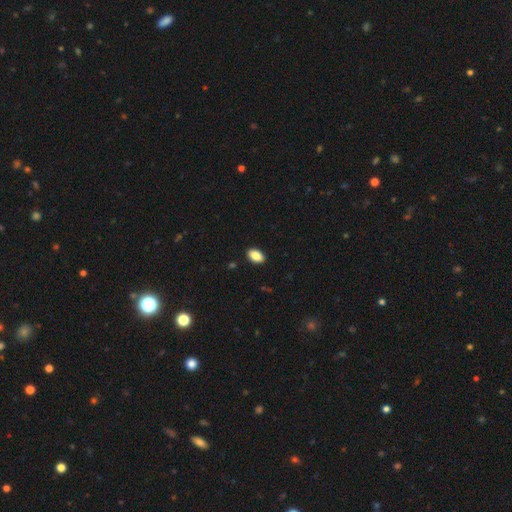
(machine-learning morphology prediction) smooth_or_featured: smooth (p=0.88) [alt: star or artifact p=0.07]
how_rounded: in between (p=0.92) [alt: round p=0.07]
merging: none (p=0.91) [alt: minor disturbance p=0.07]